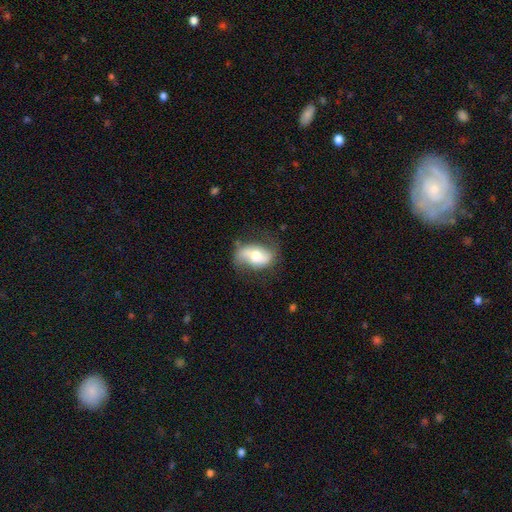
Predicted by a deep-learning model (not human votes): Morphology: type=featured or disk (52%); edge-on=no (91%); merging=none (62%).